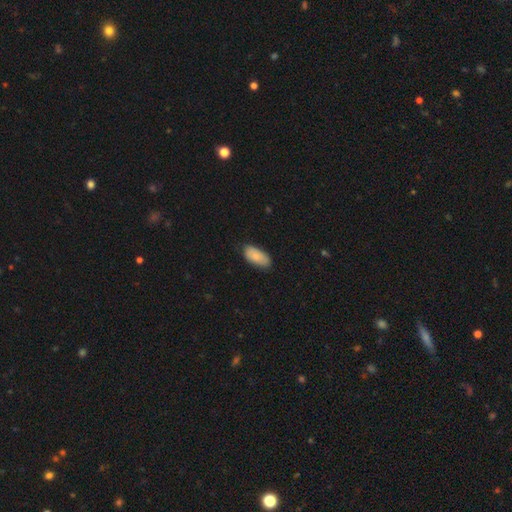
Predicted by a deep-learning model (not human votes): Q: Smooth or featured?
A: smooth (85%); runner-up: featured or disk (9%)
Q: How rounded?
A: in between (93%); runner-up: cigar-shaped (5%)
Q: Merging?
A: none (75%); runner-up: minor disturbance (21%)